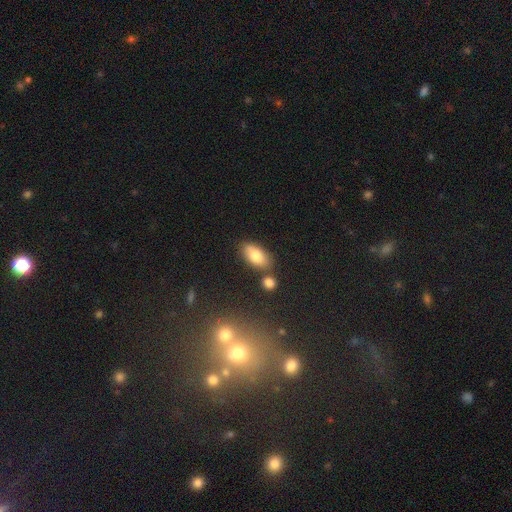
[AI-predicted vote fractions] Morphology: type=smooth (81%); roundness=in between (91%); merging=none (73%).